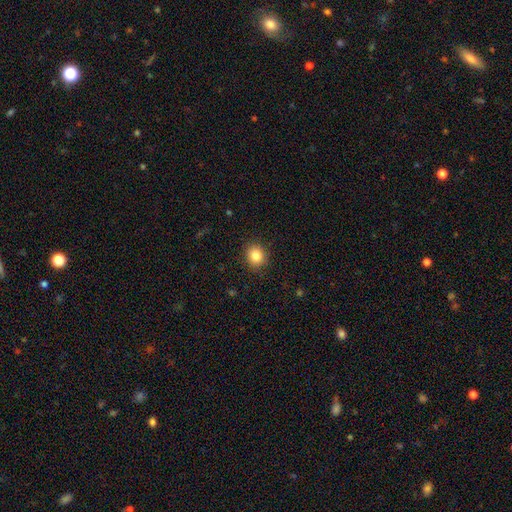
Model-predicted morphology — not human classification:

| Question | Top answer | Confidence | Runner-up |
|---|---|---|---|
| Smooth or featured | smooth | 83% | star or artifact (11%) |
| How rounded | round | 78% | in between (21%) |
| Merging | none | 90% | minor disturbance (7%) |